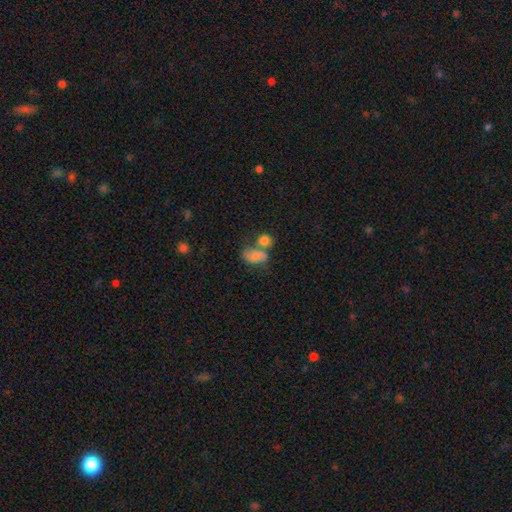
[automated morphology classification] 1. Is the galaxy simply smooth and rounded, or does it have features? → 65% smooth, 23% featured or disk, 12% star or artifact.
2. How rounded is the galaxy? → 82% in between, 16% round, 2% cigar-shaped.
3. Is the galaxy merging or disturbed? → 50% merger, 27% none, 13% minor disturbance, 10% major disturbance.